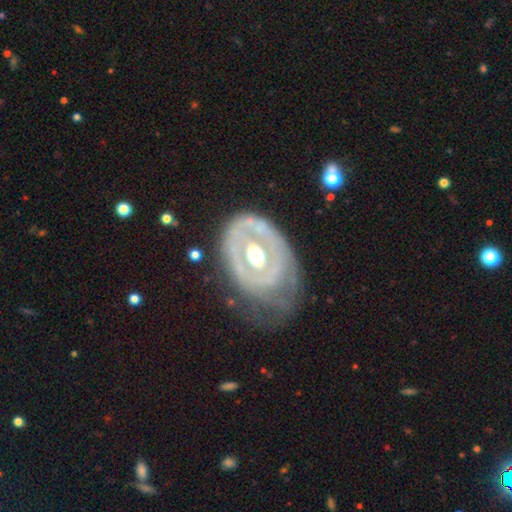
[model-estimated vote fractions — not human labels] smooth-or-featured: featured or disk: 76% | smooth: 19% | star or artifact: 5%
  disk-edge-on: no: 95% | yes: 5%
    bar: no: 65% | weak: 22% | strong: 14%
    has-spiral-arms: no: 62% | yes: 38%
    bulge-size: moderate: 63% | large: 28% | small: 5% | dominant: 3% | none: 1%
  merging: none: 51% | minor disturbance: 25% | major disturbance: 20% | merger: 3%